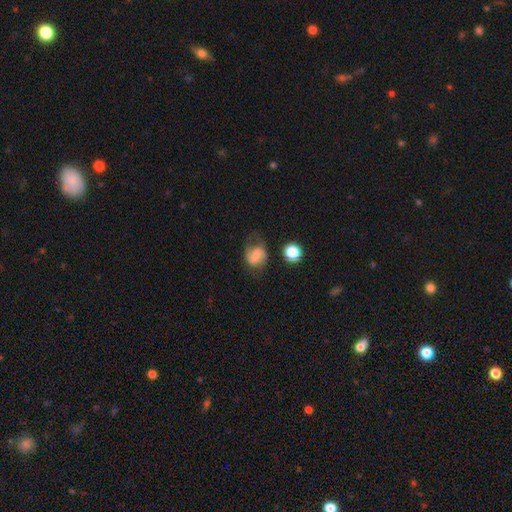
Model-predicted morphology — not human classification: The model was most divided on "smooth or featured": featured or disk: 46%, smooth: 43%, star or artifact: 11%. More confident: merging — none (54%).